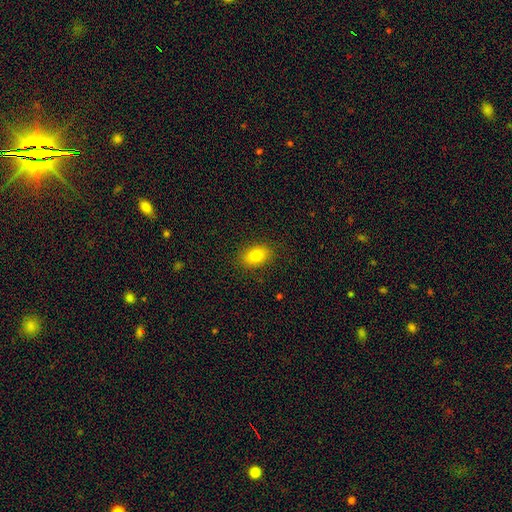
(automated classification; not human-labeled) Q: Smooth or featured?
A: smooth (82%); runner-up: featured or disk (9%)
Q: How rounded?
A: in between (85%); runner-up: round (14%)
Q: Merging?
A: none (87%); runner-up: minor disturbance (9%)